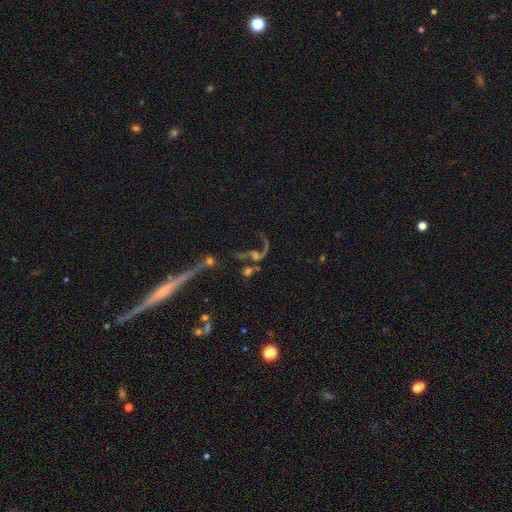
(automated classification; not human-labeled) Morphology: type=featured or disk (65%); edge-on=no (90%); bar=no (66%); spiral arms=yes (70%); bulge=none (34%); merging=merger (32%).